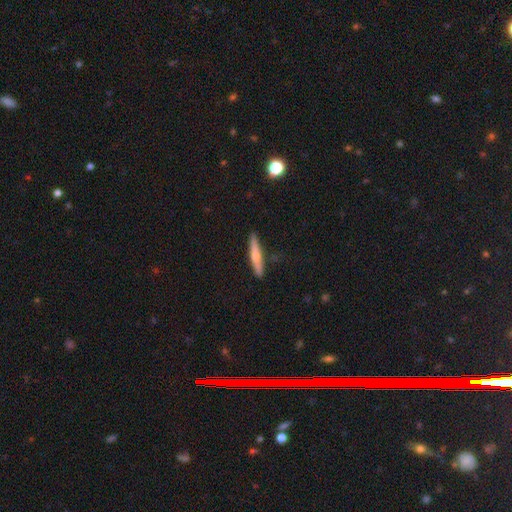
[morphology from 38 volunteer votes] smooth 66%, featured or disk 29%, star or artifact 5%. Down the decision tree: how rounded — cigar-shaped (92%); merging — none (97%).